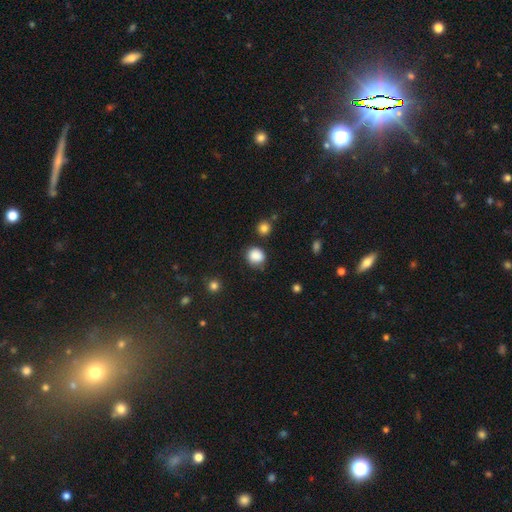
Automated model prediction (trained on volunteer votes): smooth-or-featured: smooth: 86% | star or artifact: 10% | featured or disk: 4%
  how-rounded: round: 78% | in between: 21% | cigar-shaped: 1%
  merging: none: 76% | minor disturbance: 17% | major disturbance: 5% | merger: 3%